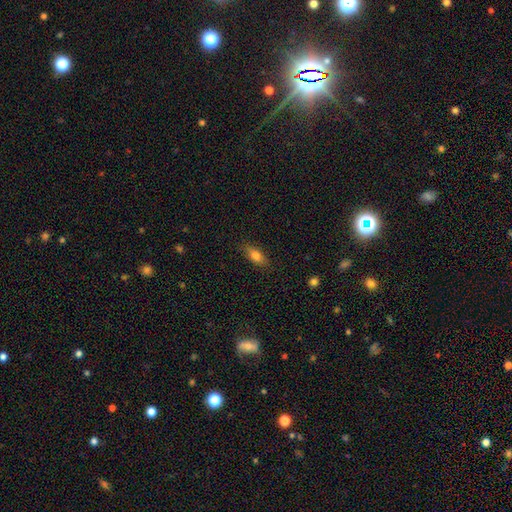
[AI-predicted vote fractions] smooth_or_featured: smooth (p=0.79) [alt: featured or disk p=0.13]
how_rounded: in between (p=0.81) [alt: cigar-shaped p=0.15]
merging: none (p=0.84) [alt: minor disturbance p=0.12]